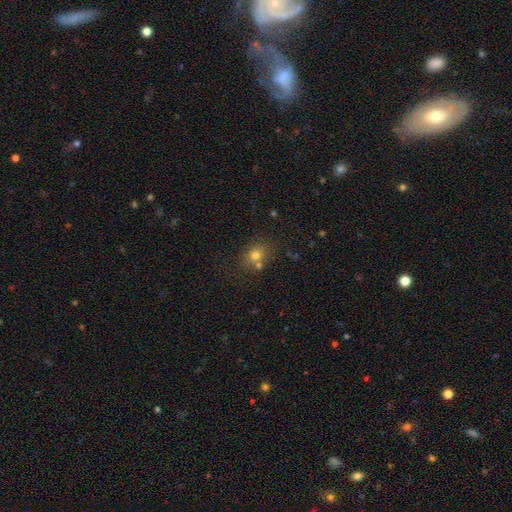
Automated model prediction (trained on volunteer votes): This is likely a smooth galaxy (73%). How rounded: likely round (65%). Merging: likely none (62%).